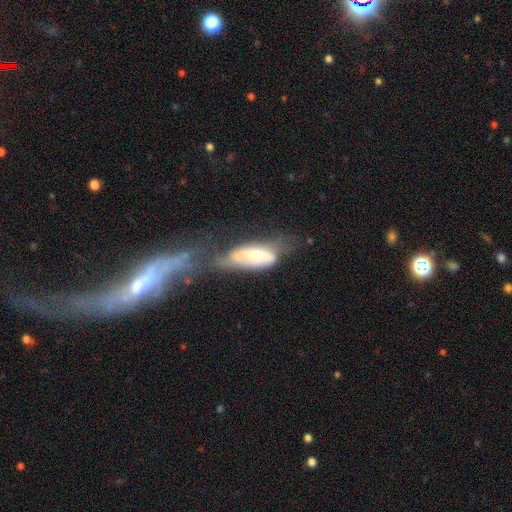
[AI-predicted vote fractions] smooth-or-featured: smooth: 50% | featured or disk: 43% | star or artifact: 7%
  merging: major disturbance: 30% | merger: 29% | minor disturbance: 21% | none: 20%